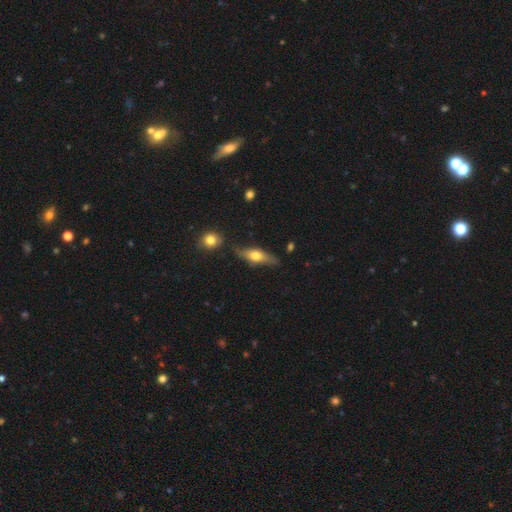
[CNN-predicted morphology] This appears to be a smooth galaxy with no disk features (47%, tied with featured or disk). Merging: none (74%).